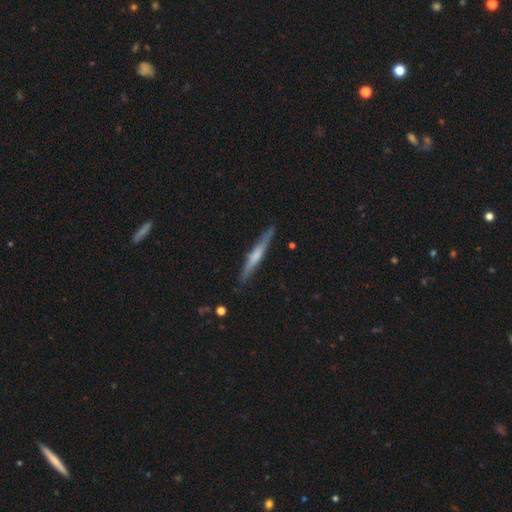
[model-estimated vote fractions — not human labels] This appears to be a featured or disk galaxy (53%) viewed edge-on (96%) with a rounded central bulge (42%). Merging: none (87%).